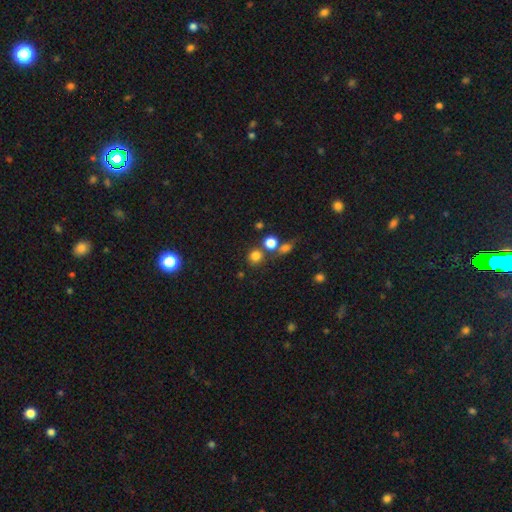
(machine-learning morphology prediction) A smooth galaxy with no disk features (77%) that is round (90%). Merging: none (70%).